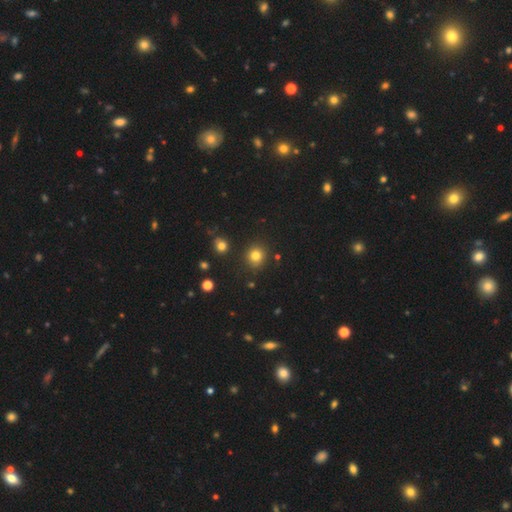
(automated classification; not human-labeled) Smooth or featured? Predicted: smooth (p=0.80). How rounded? Predicted: round (p=0.88). Merging? Predicted: none (p=0.86).